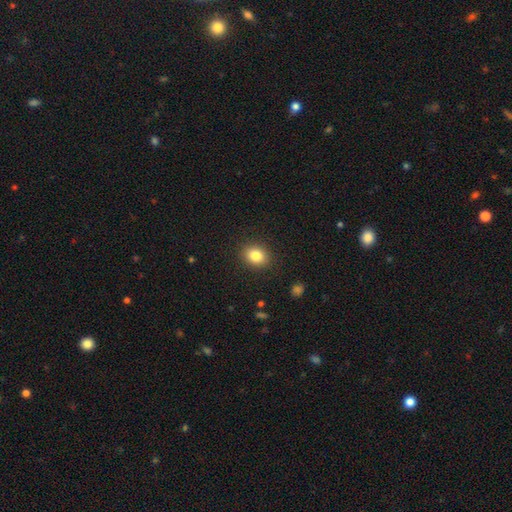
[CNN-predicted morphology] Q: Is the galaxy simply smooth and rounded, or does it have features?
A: smooth — 83%.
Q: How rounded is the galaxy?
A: round — 57%.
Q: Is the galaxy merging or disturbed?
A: none — 89%.